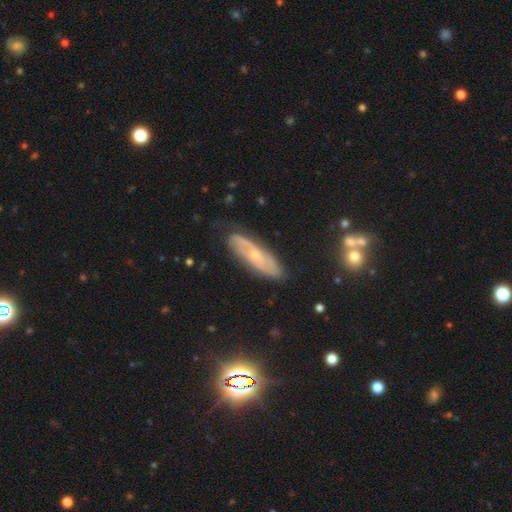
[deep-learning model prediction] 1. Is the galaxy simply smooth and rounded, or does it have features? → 63% featured or disk, 26% smooth, 11% star or artifact.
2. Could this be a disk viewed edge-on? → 71% no, 29% yes.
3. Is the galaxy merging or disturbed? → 79% none, 16% minor disturbance, 4% major disturbance, 2% merger.